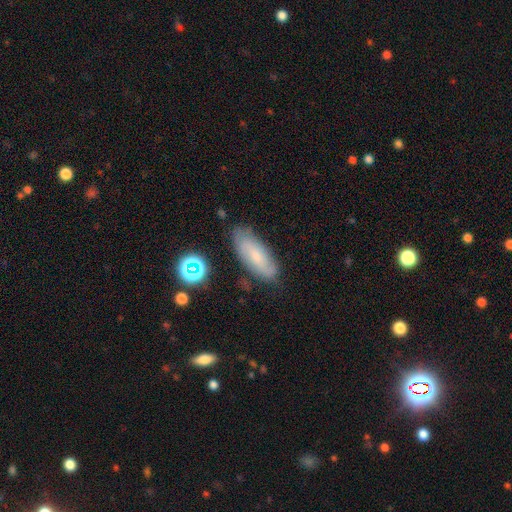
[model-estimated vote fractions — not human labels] Q: Smooth or featured?
A: smooth (54%); runner-up: featured or disk (36%)
Q: How rounded?
A: in between (75%); runner-up: cigar-shaped (23%)
Q: Merging?
A: none (73%); runner-up: minor disturbance (20%)